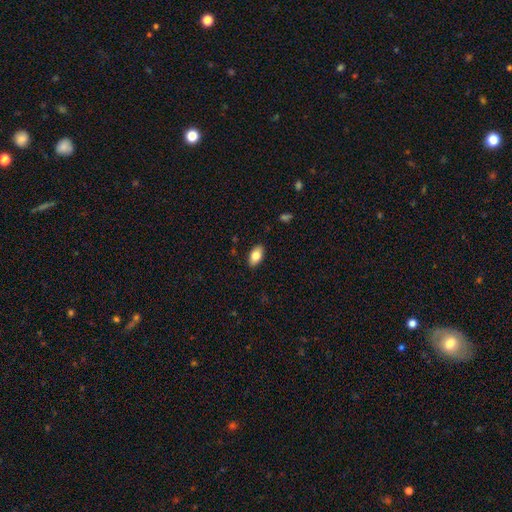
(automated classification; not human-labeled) A smooth galaxy with no disk features (80%) that is in between round and cigar-shaped (93%).

Vote fractions:
- Smooth or featured? smooth: 80% / featured or disk: 13% / star or artifact: 7%
- How rounded? in between: 93% / round: 4% / cigar-shaped: 4%
- Merging? none: 88% / minor disturbance: 9% / major disturbance: 2% / merger: 1%